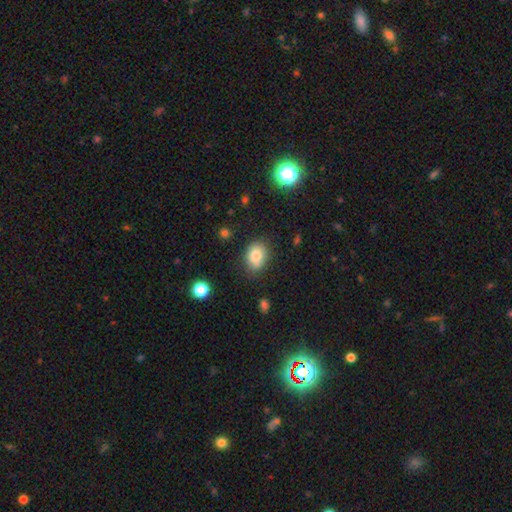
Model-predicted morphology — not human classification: A smooth galaxy with no disk features (80%) that is in between round and cigar-shaped (55%).

Vote fractions:
- Smooth or featured? smooth: 80% / star or artifact: 10% / featured or disk: 10%
- How rounded? in between: 55% / round: 44% / cigar-shaped: 1%
- Merging? none: 70% / minor disturbance: 20% / merger: 6% / major disturbance: 4%